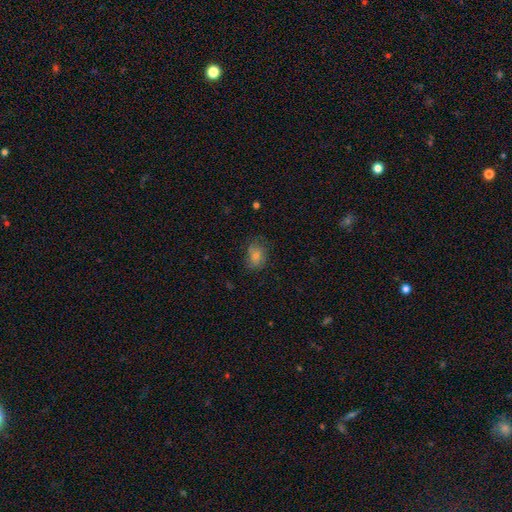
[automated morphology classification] Q: Smooth or featured?
A: smooth (65%); runner-up: featured or disk (18%)
Q: How rounded?
A: in between (53%); runner-up: round (46%)
Q: Merging?
A: none (72%); runner-up: minor disturbance (20%)